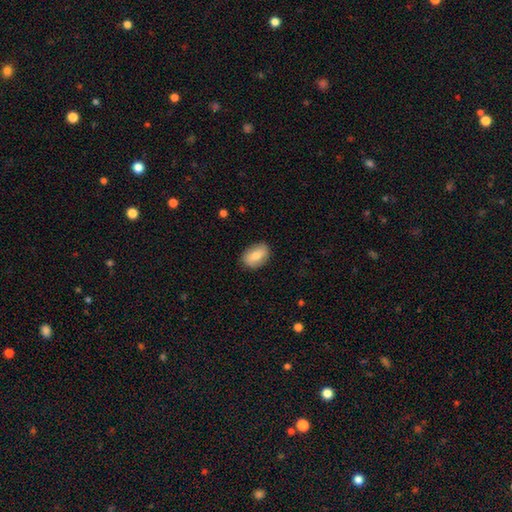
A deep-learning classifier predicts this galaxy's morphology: The model was most divided on "smooth or featured": smooth: 76%, featured or disk: 18%, star or artifact: 6%. More confident: merging — none (85%); how rounded — in between (85%).